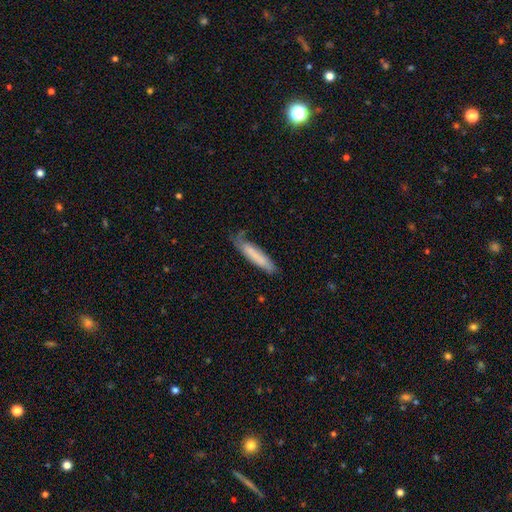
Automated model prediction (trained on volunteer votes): Morphology: type=smooth (71%); roundness=cigar-shaped (84%); merging=none (56%).